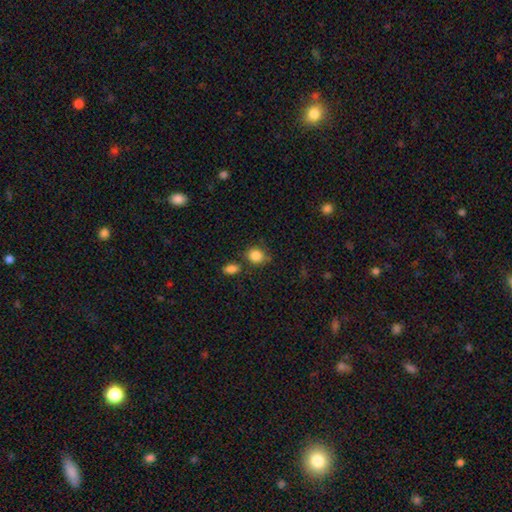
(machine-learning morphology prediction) Overall: smooth (86%). How rounded: round (64%; in between 35%). Merging: none (66%).